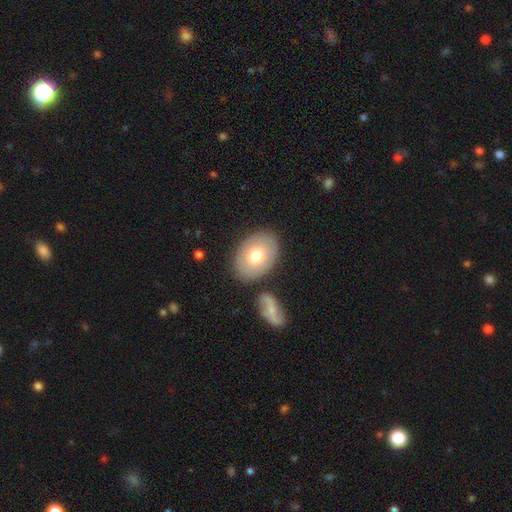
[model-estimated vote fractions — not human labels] smooth-or-featured: smooth: 71% | featured or disk: 23% | star or artifact: 6%
  how-rounded: in between: 82% | round: 17% | cigar-shaped: 1%
  merging: none: 78% | minor disturbance: 12% | merger: 7% | major disturbance: 3%